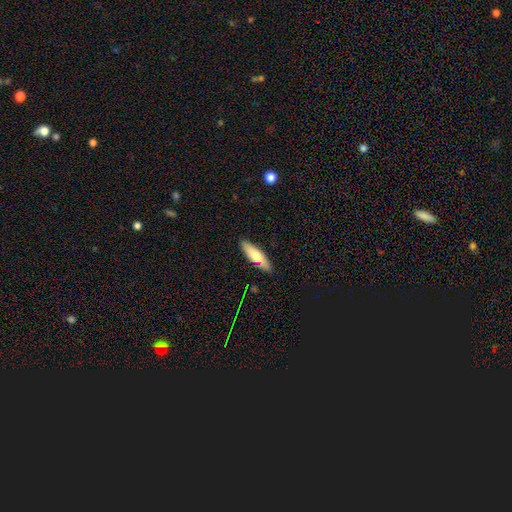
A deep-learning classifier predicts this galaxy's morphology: Smooth or featured? smooth (65%)
How rounded? cigar-shaped (57%)
Merging? none (87%)